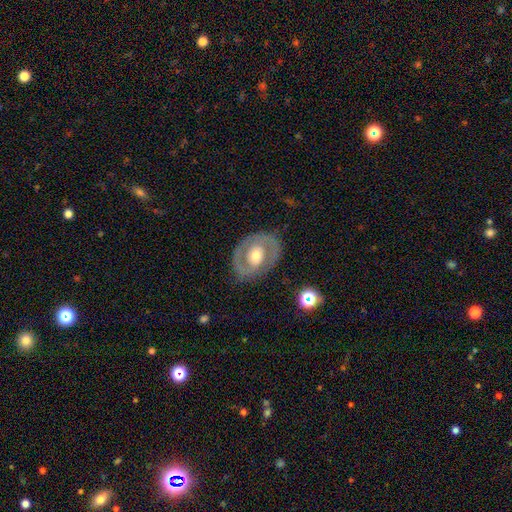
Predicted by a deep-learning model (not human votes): This appears to be a featured or disk galaxy (71%) with no bar (53%), spiral arms (53%) and a moderate central bulge (68%). Merging: none (81%).